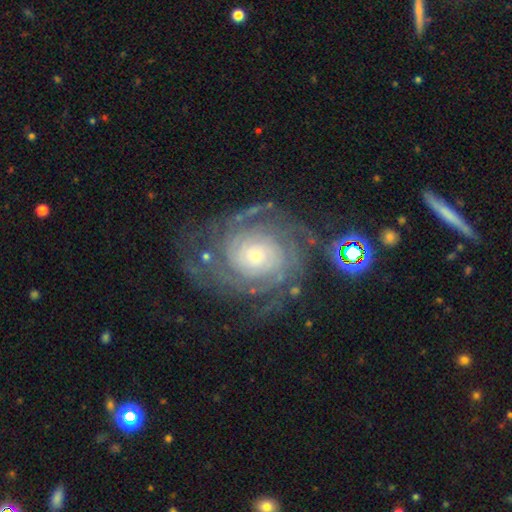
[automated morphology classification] Smooth or featured? featured or disk (88%)
Edge-on disk? no (97%)
Bar? no (78%)
Spiral arms? yes (97%)
Spiral winding? tight (76%)
Spiral arm count? can't tell (26%)
Bulge size? small (62%)
Merging? none (70%)